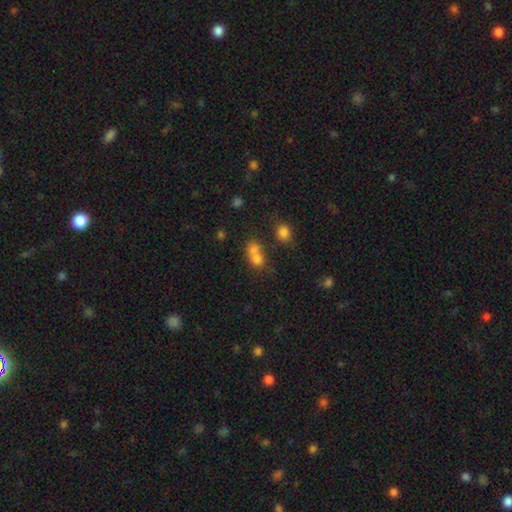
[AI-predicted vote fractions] The model was most divided on "merging": merger: 60%, none: 29%, minor disturbance: 7%, major disturbance: 4%. More confident: smooth or featured — smooth (71%); how rounded — round (68%).